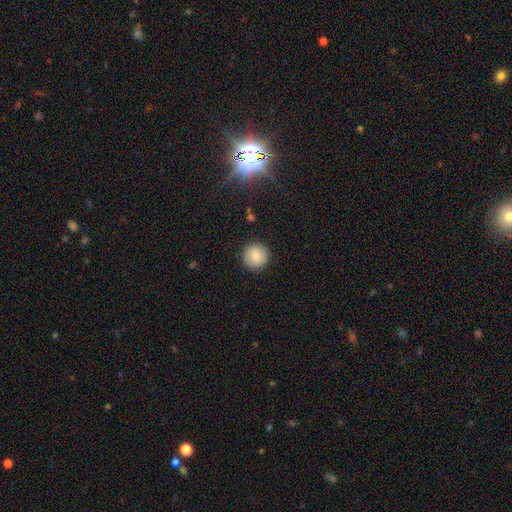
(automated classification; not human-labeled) Smooth or featured? Predicted: smooth (p=0.84). How rounded? Predicted: round (p=0.95). Merging? Predicted: none (p=0.91).